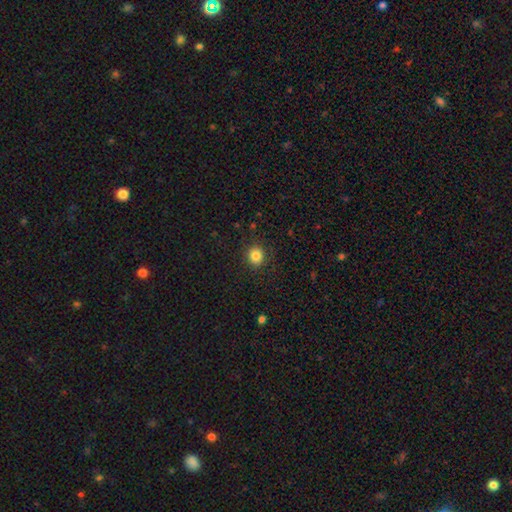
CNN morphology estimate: smooth 83%, star or artifact 11%, featured or disk 5%. Down the decision tree: how rounded — round (86%); merging — none (89%).